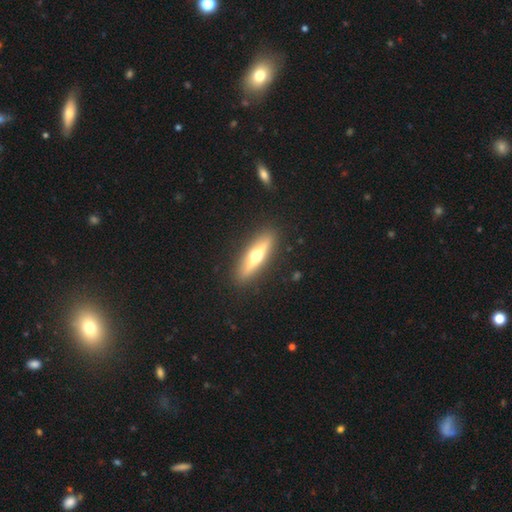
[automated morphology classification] Overall: featured or disk (68%). Edge-on disk: yes (95%). Edge-on bulge: rounded (96%). Merging: none (90%).